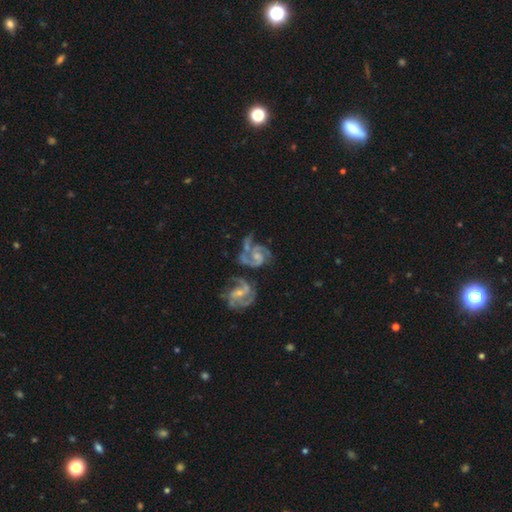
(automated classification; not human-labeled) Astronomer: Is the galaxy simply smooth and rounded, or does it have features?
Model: featured or disk — 88%.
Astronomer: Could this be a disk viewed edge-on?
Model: no — 98%.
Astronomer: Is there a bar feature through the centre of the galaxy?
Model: no — 55% (runner-up: weak, 35%).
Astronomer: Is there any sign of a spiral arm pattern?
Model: yes — 97%.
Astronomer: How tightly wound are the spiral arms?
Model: medium — 54% (runner-up: tight, 30%).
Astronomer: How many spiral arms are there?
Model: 2 — 53%.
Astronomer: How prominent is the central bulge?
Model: small — 50% (runner-up: moderate, 36%).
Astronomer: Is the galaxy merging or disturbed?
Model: merger — 43% (runner-up: none, 27%).